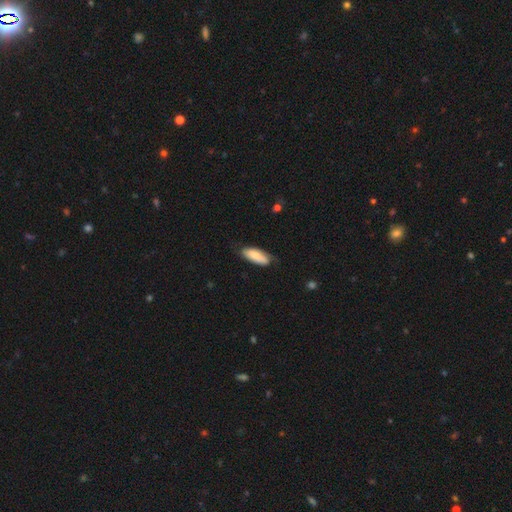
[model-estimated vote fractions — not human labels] smooth-or-featured: smooth: 78% | featured or disk: 16% | star or artifact: 6%
  how-rounded: in between: 73% | cigar-shaped: 26% | round: 2%
  merging: none: 66% | minor disturbance: 27% | major disturbance: 6% | merger: 2%